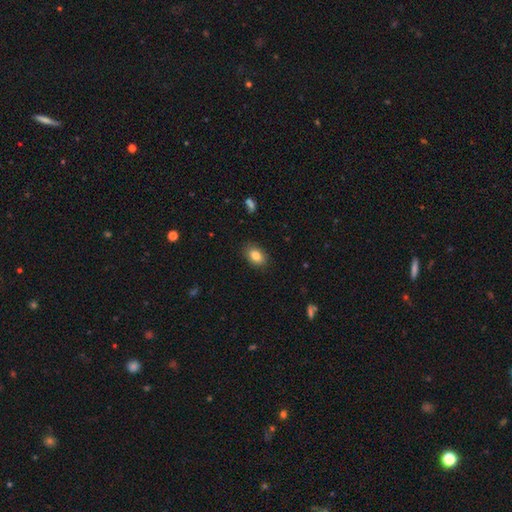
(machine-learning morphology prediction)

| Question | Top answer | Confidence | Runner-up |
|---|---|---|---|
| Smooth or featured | smooth | 83% | star or artifact (8%) |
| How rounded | in between | 86% | round (13%) |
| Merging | none | 87% | minor disturbance (10%) |